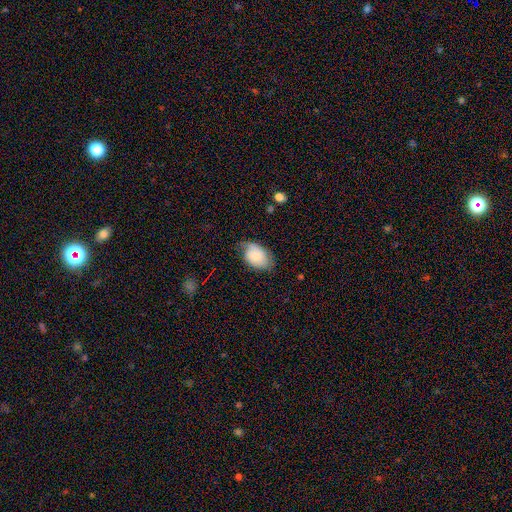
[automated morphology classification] smooth 64%, featured or disk 29%, star or artifact 7%. Down the decision tree: how rounded — in between (88%); merging — none (61%).